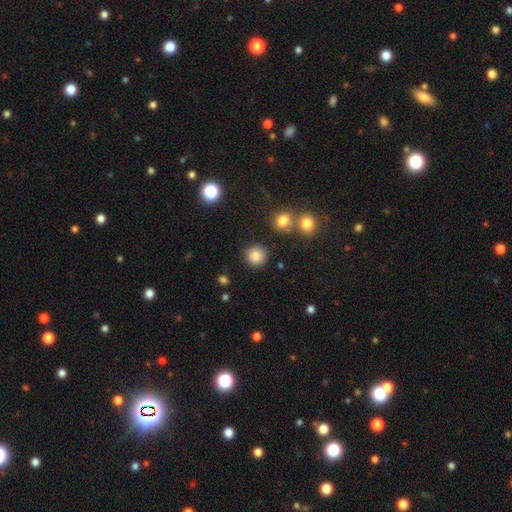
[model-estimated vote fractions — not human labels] A smooth galaxy with no disk features (85%) that is round (93%).

Vote fractions:
- Smooth or featured? smooth: 85% / star or artifact: 11% / featured or disk: 5%
- How rounded? round: 93% / in between: 6% / cigar-shaped: 1%
- Merging? none: 85% / minor disturbance: 8% / merger: 4% / major disturbance: 3%